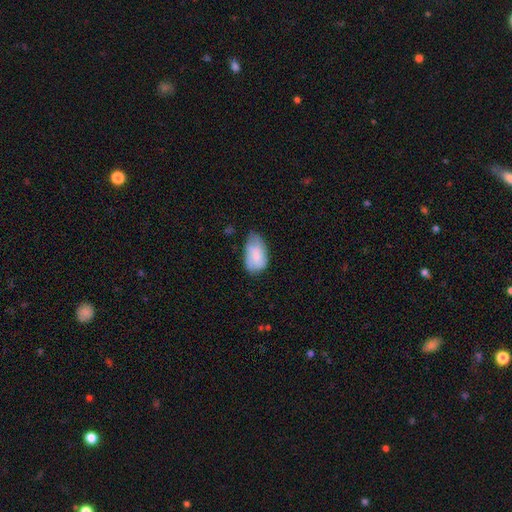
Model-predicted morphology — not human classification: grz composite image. It shows a smooth galaxy with no disk features (73%) that is in between round and cigar-shaped (93%). Merging: none (47%).